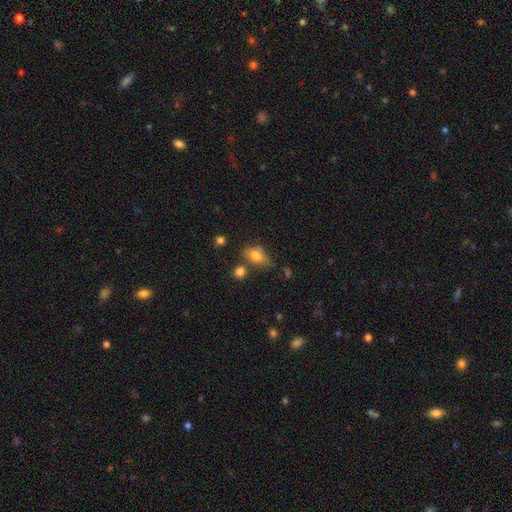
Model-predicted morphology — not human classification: A smooth galaxy with no disk features (75%) that is in between round and cigar-shaped (76%).

Vote fractions:
- Smooth or featured? smooth: 75% / featured or disk: 14% / star or artifact: 11%
- How rounded? in between: 76% / round: 20% / cigar-shaped: 3%
- Merging? none: 53% / minor disturbance: 26% / merger: 11% / major disturbance: 9%